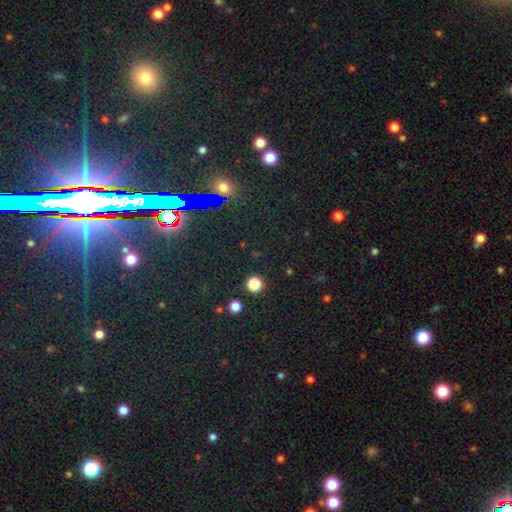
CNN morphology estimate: star or artifact 81%, smooth 10%, featured or disk 10%.